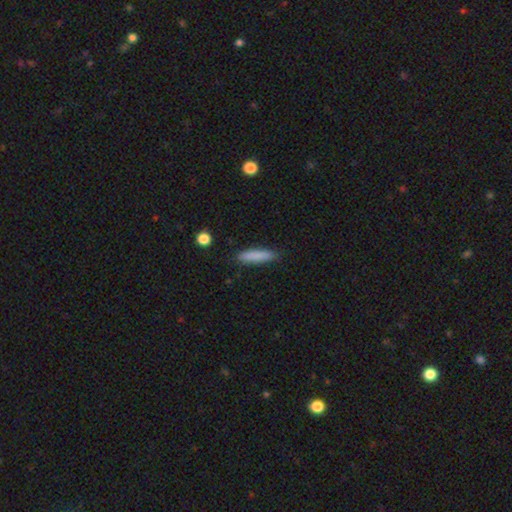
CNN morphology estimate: Smooth or featured? smooth (84%)
How rounded? cigar-shaped (85%)
Merging? none (85%)